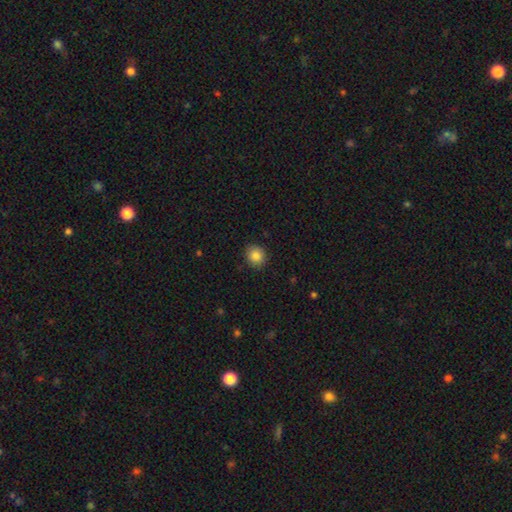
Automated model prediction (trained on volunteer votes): A smooth galaxy with no disk features (85%) that is round (83%). Merging: none (90%).